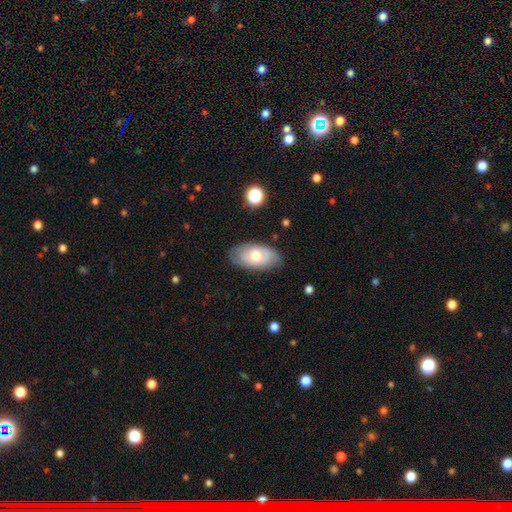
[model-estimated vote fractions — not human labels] Morphology: type=smooth (47%); merging=none (75%).